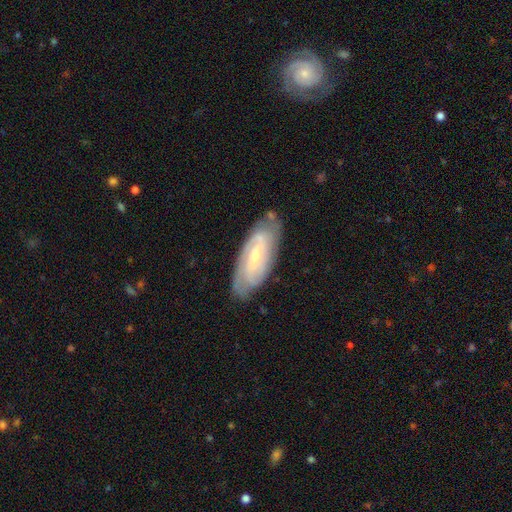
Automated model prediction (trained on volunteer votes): This appears to be a featured or disk galaxy (75%) with no bar (44%), 2 (44%) tight (60%) spiral arms (89%) and a small central bulge (66%). Merging: none (78%).